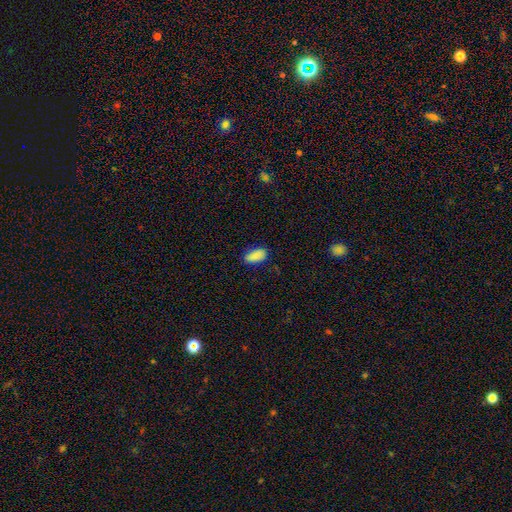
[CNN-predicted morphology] type=smooth (89%); roundness=in between (92%); merging=none (79%).